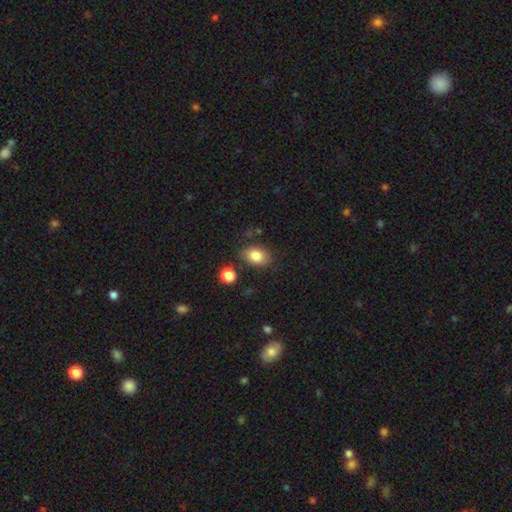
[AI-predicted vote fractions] This is clearly a smooth galaxy (83%). How rounded: likely in between (75%). Merging: likely none (78%).